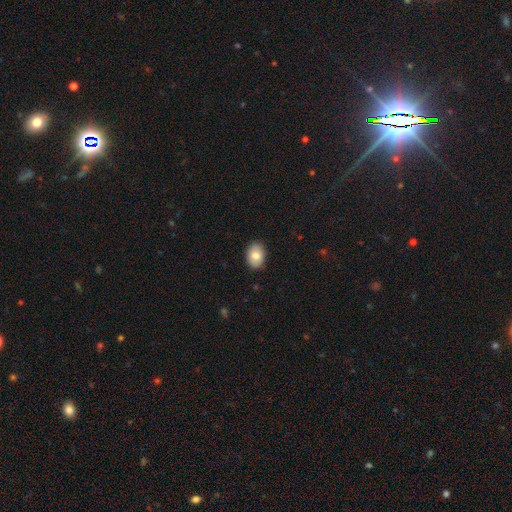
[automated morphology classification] A smooth galaxy with no disk features (83%) that is in between round and cigar-shaped (81%). Merging: none (88%).